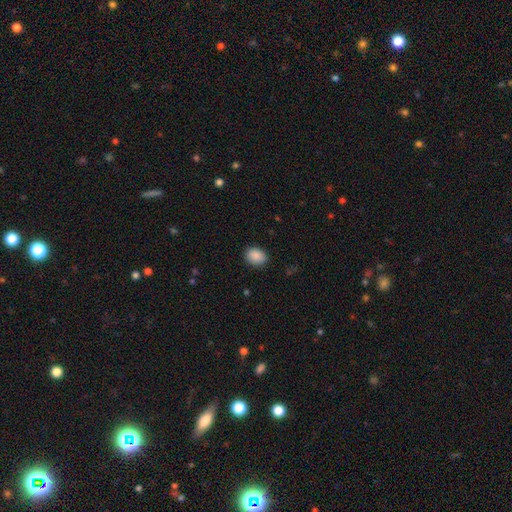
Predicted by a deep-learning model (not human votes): smooth_or_featured: smooth (p=0.89) [alt: star or artifact p=0.08]
how_rounded: in between (p=0.64) [alt: round p=0.35]
merging: none (p=0.88) [alt: minor disturbance p=0.09]